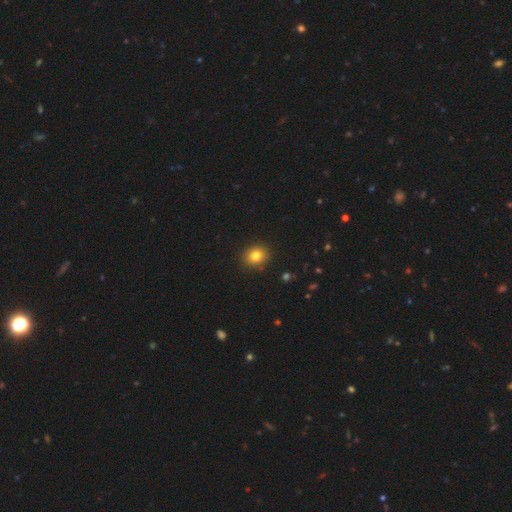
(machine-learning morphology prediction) smooth-or-featured: smooth: 82% | star or artifact: 12% | featured or disk: 7%
  how-rounded: round: 68% | in between: 31% | cigar-shaped: 1%
  merging: none: 90% | minor disturbance: 7% | major disturbance: 2% | merger: 1%